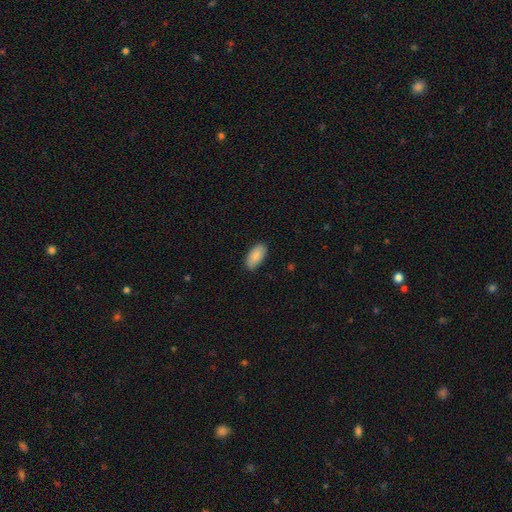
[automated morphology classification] The model was most divided on "merging": none: 88%, minor disturbance: 9%, major disturbance: 2%, merger: 1%. More confident: how rounded — in between (94%); smooth or featured — smooth (88%).